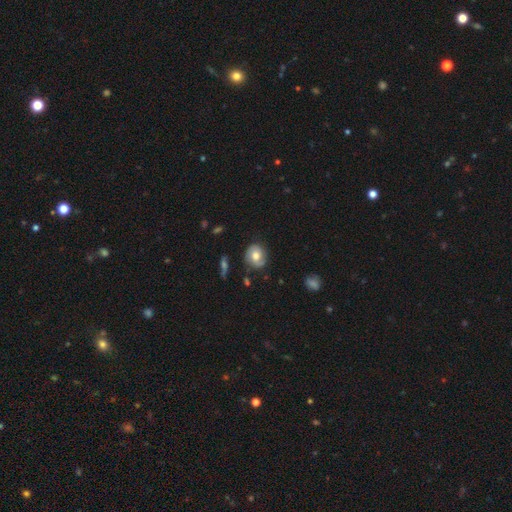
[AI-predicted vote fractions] Q: Smooth or featured?
A: smooth (57%); runner-up: featured or disk (35%)
Q: How rounded?
A: round (73%); runner-up: in between (26%)
Q: Merging?
A: none (75%); runner-up: minor disturbance (18%)